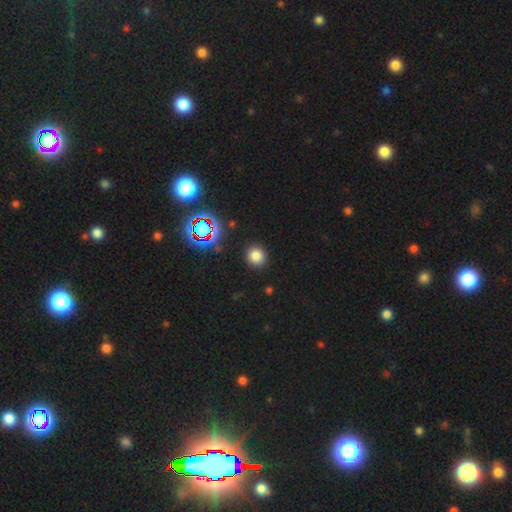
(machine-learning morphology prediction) Overall: smooth (77%). How rounded: round (90%). Merging: none (90%).